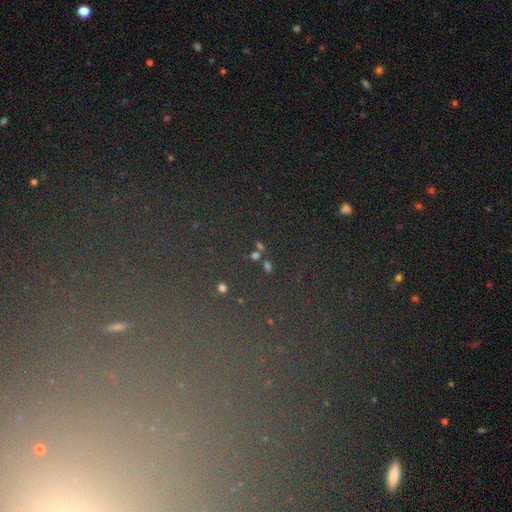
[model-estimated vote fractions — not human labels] Morphology: type=star or artifact (76%).